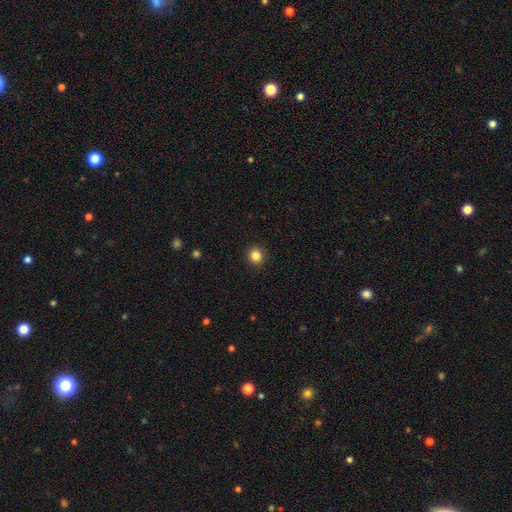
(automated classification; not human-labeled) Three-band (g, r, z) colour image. It shows a smooth galaxy with no disk features (85%) that is round (84%). Merging: none (92%).